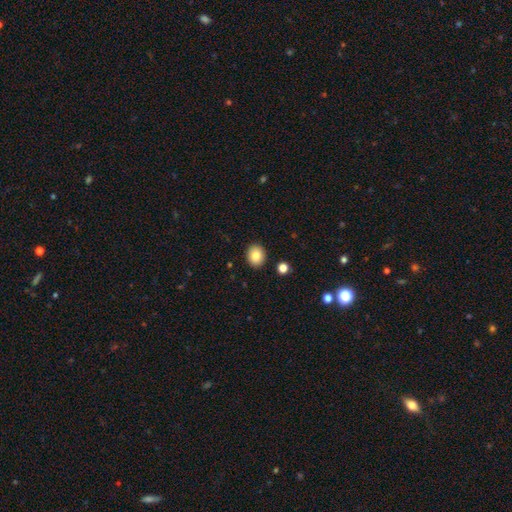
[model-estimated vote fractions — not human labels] Smooth or featured? Predicted: smooth (p=0.85). How rounded? Predicted: round (p=0.68). Merging? Predicted: none (p=0.91).